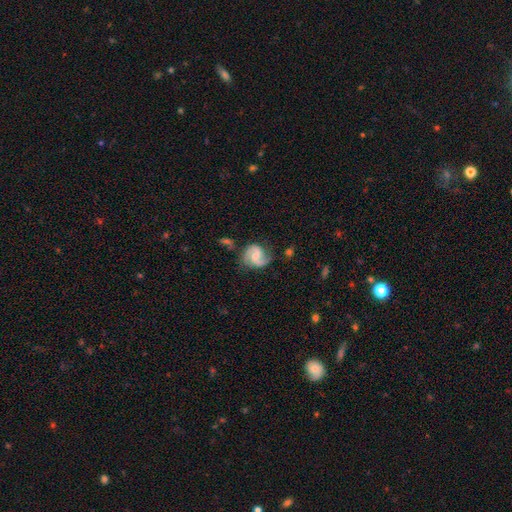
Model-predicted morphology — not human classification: Smooth or featured? featured or disk (85%)
Edge-on disk? no (98%)
Bar? weak (47%)
Spiral arms? yes (97%)
Spiral winding? medium (53%)
Spiral arm count? 2 (90%)
Bulge size? small (45%)
Merging? none (70%)